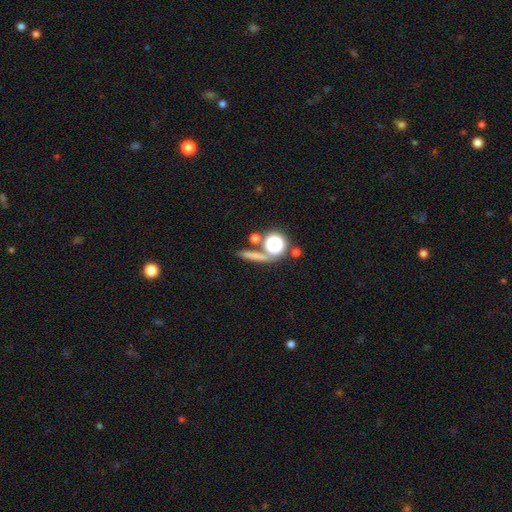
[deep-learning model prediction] smooth-or-featured: smooth: 61% | star or artifact: 22% | featured or disk: 17%
  how-rounded: cigar-shaped: 44% | round: 41% | in between: 15%
  merging: none: 70% | merger: 16% | minor disturbance: 9% | major disturbance: 5%